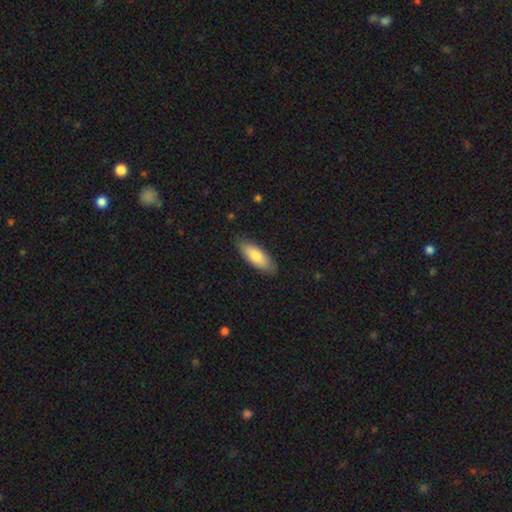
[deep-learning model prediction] Smooth or featured? Predicted: smooth (p=0.79). How rounded? Predicted: in between (p=0.68). Merging? Predicted: none (p=0.85).